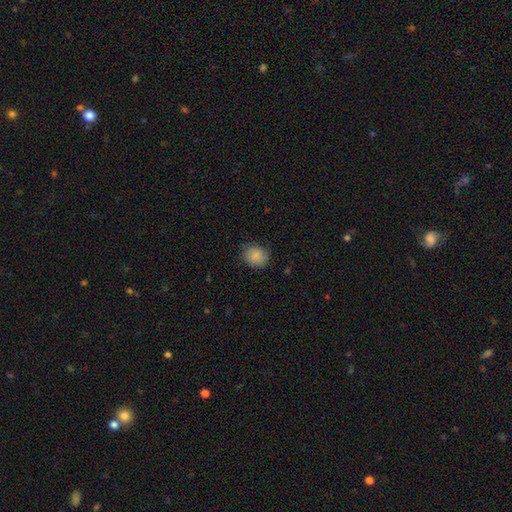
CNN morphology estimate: type=smooth (87%); roundness=round (66%); merging=none (78%).